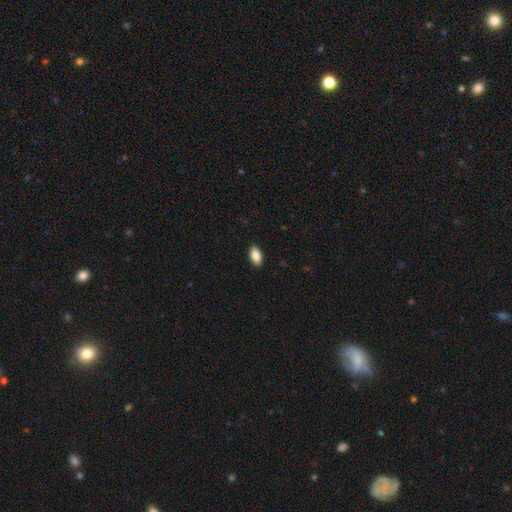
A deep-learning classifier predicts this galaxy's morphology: Q: Smooth or featured?
A: smooth (88%); runner-up: star or artifact (7%)
Q: How rounded?
A: in between (93%); runner-up: cigar-shaped (4%)
Q: Merging?
A: none (90%); runner-up: minor disturbance (8%)